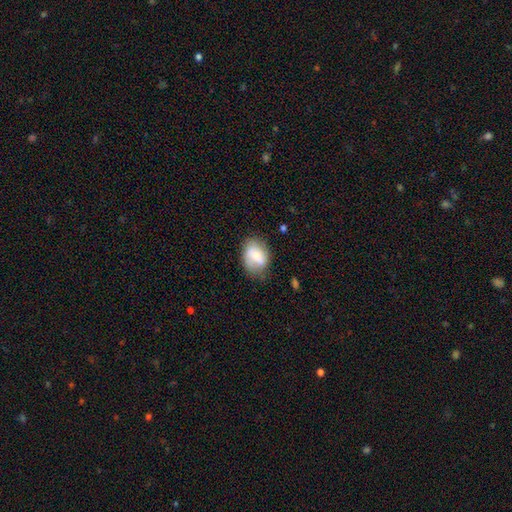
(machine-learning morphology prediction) Q: Smooth or featured?
A: smooth (62%); runner-up: featured or disk (31%)
Q: How rounded?
A: in between (71%); runner-up: round (28%)
Q: Merging?
A: none (62%); runner-up: minor disturbance (26%)